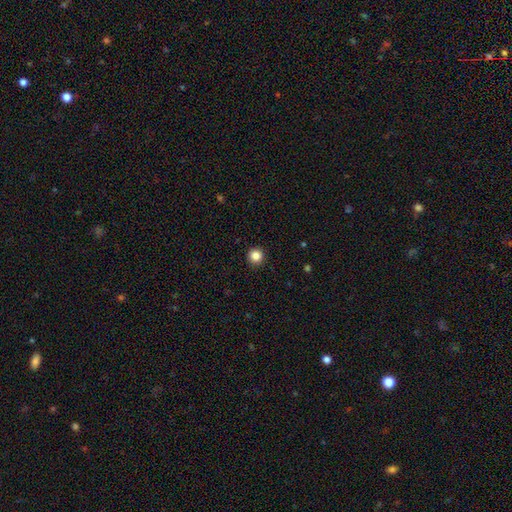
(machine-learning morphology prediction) Smooth or featured? smooth (85%)
How rounded? round (95%)
Merging? none (93%)